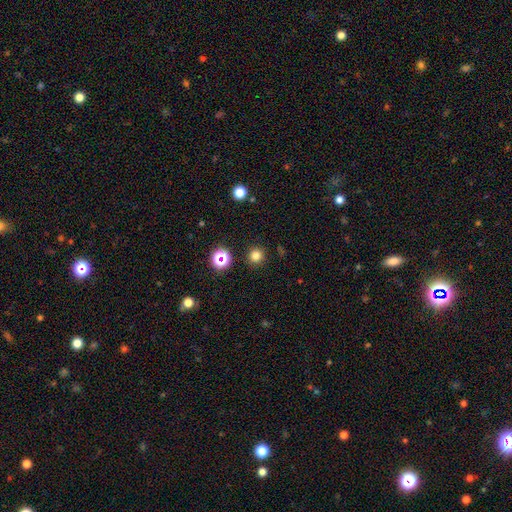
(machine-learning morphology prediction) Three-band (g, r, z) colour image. It shows a smooth galaxy with no disk features (78%) that is round (93%). Merging: none (90%).